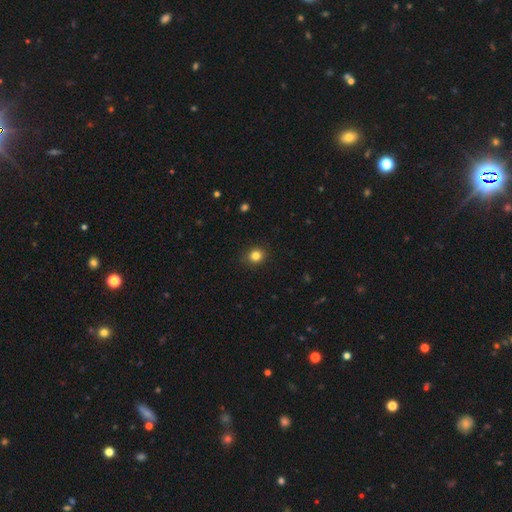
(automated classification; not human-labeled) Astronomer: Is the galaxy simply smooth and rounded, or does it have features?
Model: smooth — 83%.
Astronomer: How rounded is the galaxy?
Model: round — 80%.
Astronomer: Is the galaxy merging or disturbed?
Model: none — 89%.